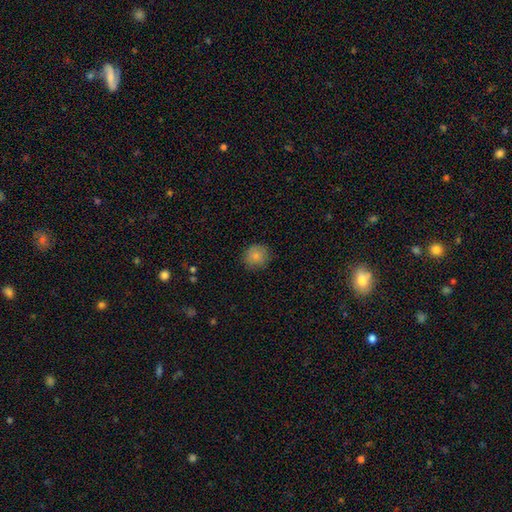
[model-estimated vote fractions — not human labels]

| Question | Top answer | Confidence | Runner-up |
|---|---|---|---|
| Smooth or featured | smooth | 82% | star or artifact (10%) |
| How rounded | round | 88% | in between (11%) |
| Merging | none | 84% | minor disturbance (12%) |